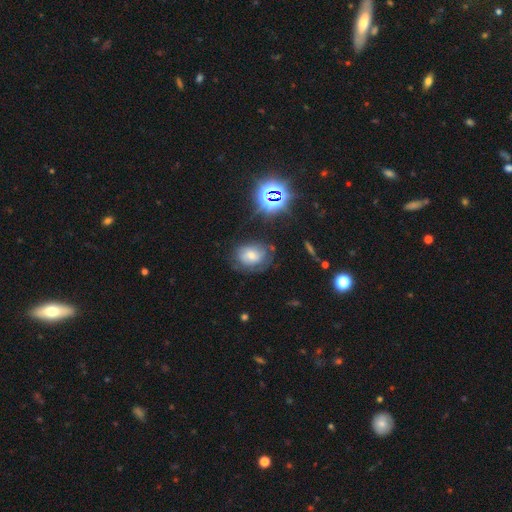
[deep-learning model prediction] A featured or disk galaxy (39%).

Vote fractions:
- Smooth or featured? featured or disk: 39% / smooth: 34% / star or artifact: 28%
- Merging? none: 66% / minor disturbance: 22% / major disturbance: 10% / merger: 3%